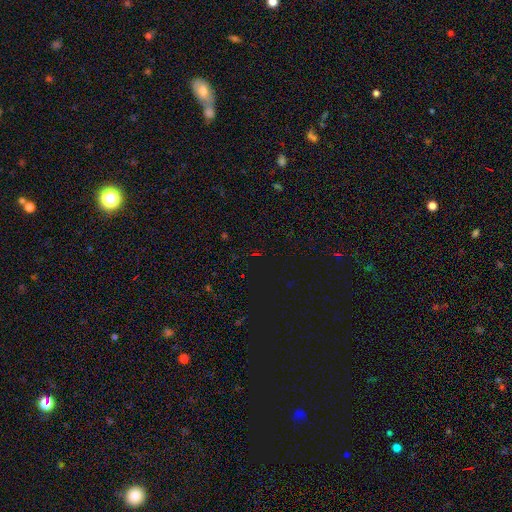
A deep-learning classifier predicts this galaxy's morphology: type=star or artifact (75%).